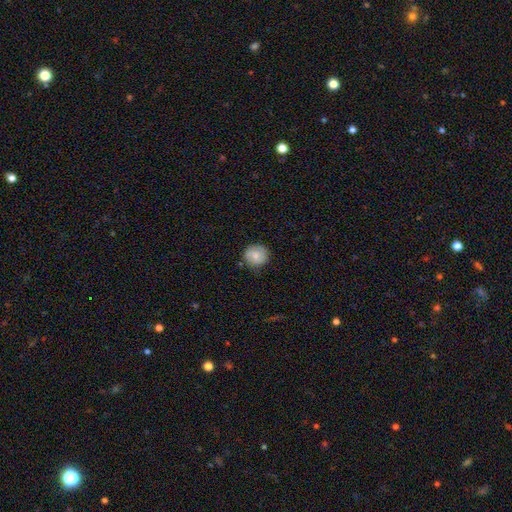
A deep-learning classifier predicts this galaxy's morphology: A smooth galaxy with no disk features (75%) that is round (90%). Merging: none (80%).